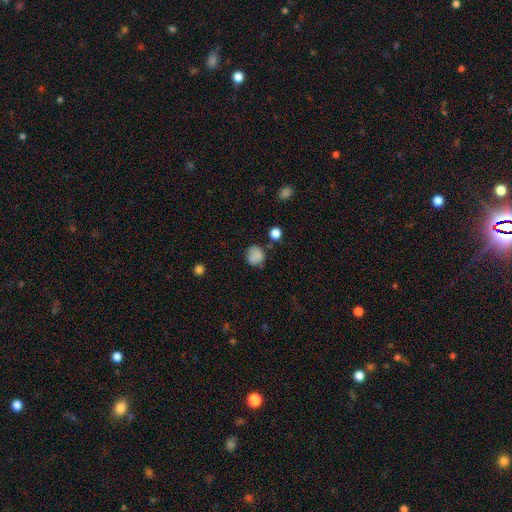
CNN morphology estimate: Smooth or featured?
  - smooth: 83% *
  - star or artifact: 11%
  - featured or disk: 6%
How rounded?
  - round: 84% *
  - in between: 15%
  - cigar-shaped: 1%
Merging?
  - none: 71% *
  - minor disturbance: 19%
  - major disturbance: 5%
  - merger: 5%